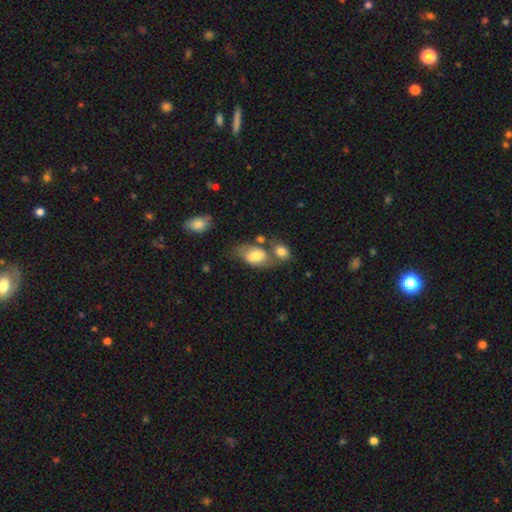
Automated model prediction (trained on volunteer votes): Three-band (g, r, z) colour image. It shows a smooth galaxy with no disk features (65%) that is in between round and cigar-shaped (85%). Merging: none (37%).